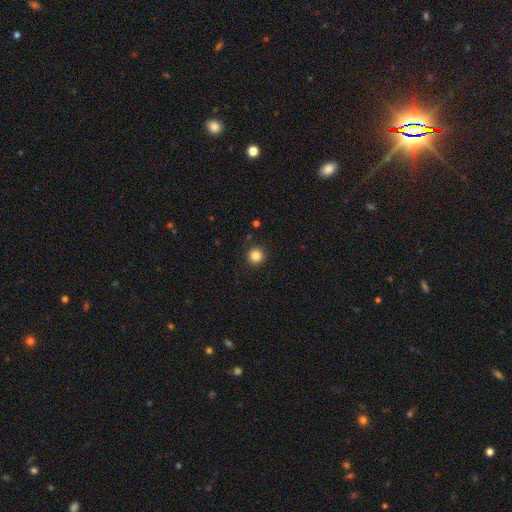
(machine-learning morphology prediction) Smooth or featured?
  - smooth: 84% *
  - star or artifact: 12%
  - featured or disk: 4%
How rounded?
  - round: 96% *
  - in between: 4%
  - cigar-shaped: 1%
Merging?
  - none: 91% *
  - minor disturbance: 5%
  - major disturbance: 2%
  - merger: 2%